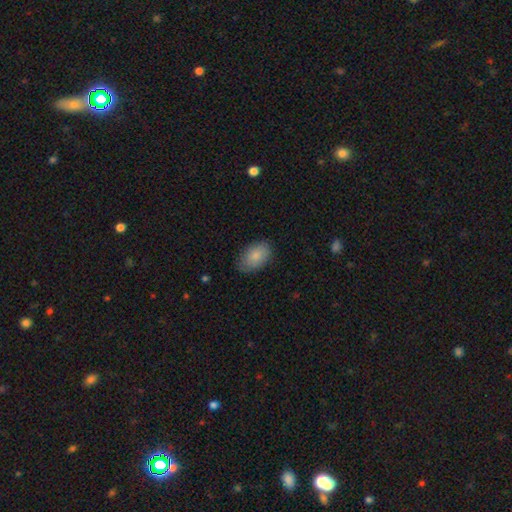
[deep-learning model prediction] This appears to be a smooth galaxy with no disk features (84%) that is in between round and cigar-shaped (90%). Merging: none (80%).